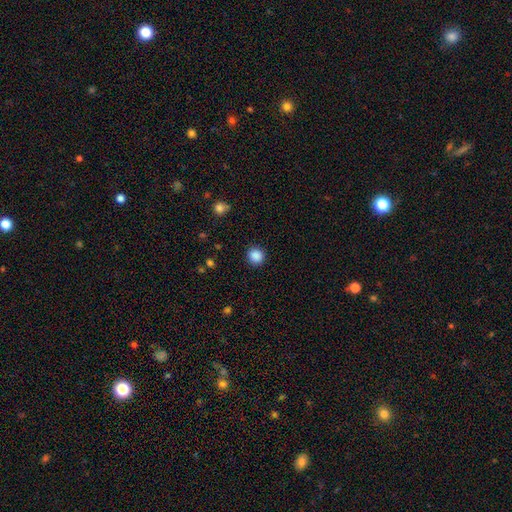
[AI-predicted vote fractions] smooth_or_featured: smooth (p=0.88) [alt: star or artifact p=0.09]
how_rounded: round (p=0.90) [alt: in between p=0.09]
merging: none (p=0.91) [alt: minor disturbance p=0.06]